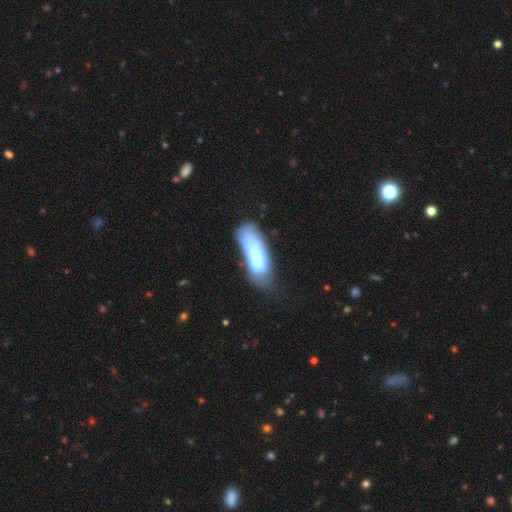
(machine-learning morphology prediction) type=smooth (66%); roundness=in between (62%); merging=none (36%).